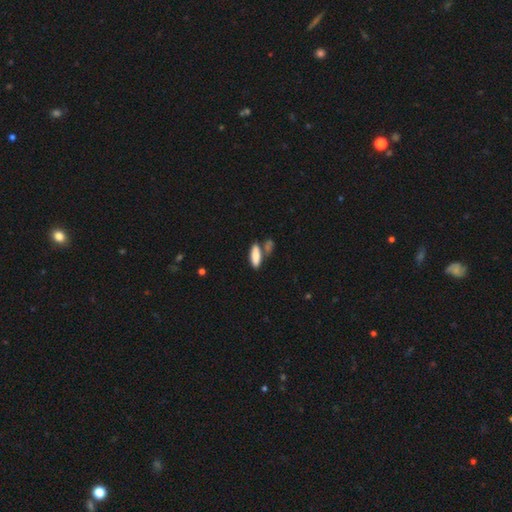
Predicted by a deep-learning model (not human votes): A smooth galaxy with no disk features (83%) that is in between round and cigar-shaped (58%).

Vote fractions:
- Smooth or featured? smooth: 83% / featured or disk: 11% / star or artifact: 7%
- How rounded? in between: 58% / cigar-shaped: 39% / round: 2%
- Merging? none: 61% / merger: 21% / minor disturbance: 13% / major disturbance: 4%